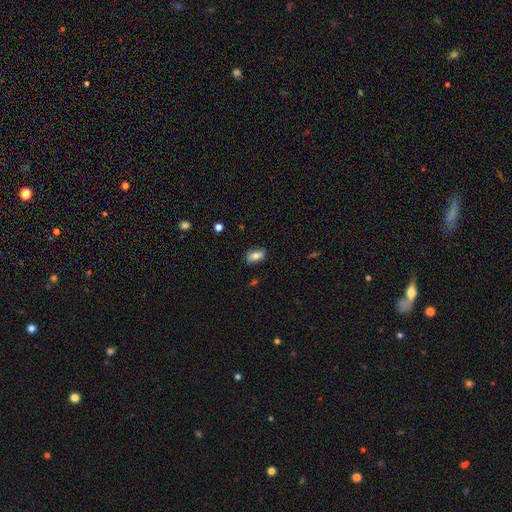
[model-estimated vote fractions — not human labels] The model was most divided on "smooth or featured": smooth: 76%, featured or disk: 16%, star or artifact: 8%. More confident: how rounded — in between (85%); merging — none (84%).